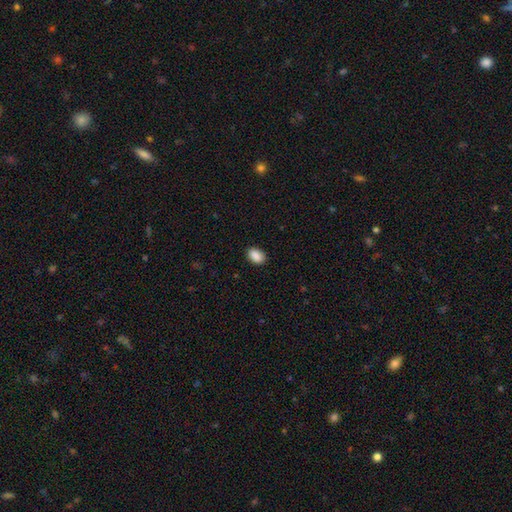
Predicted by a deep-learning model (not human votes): Smooth or featured? smooth (89%)
How rounded? in between (85%)
Merging? none (87%)